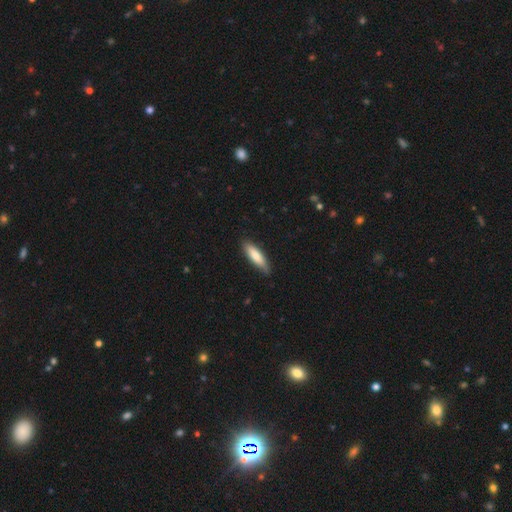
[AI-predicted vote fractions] The model was most divided on "how rounded": cigar-shaped: 60%, in between: 39%, round: 1%. More confident: merging — none (80%); smooth or featured — smooth (77%).